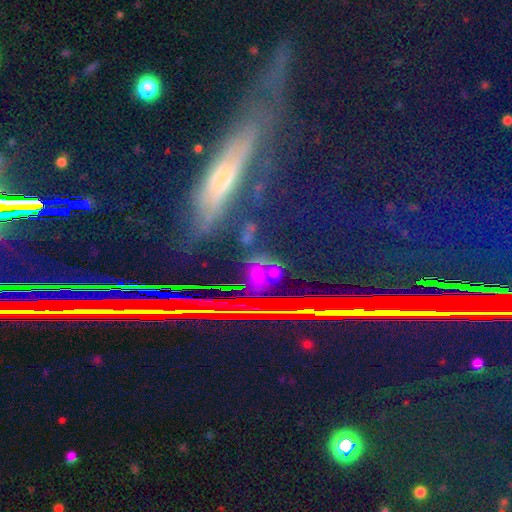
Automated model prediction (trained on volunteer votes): A star or artifact, not a galaxy (55%).

Vote fractions:
- Smooth or featured? star or artifact: 55% / featured or disk: 24% / smooth: 21%